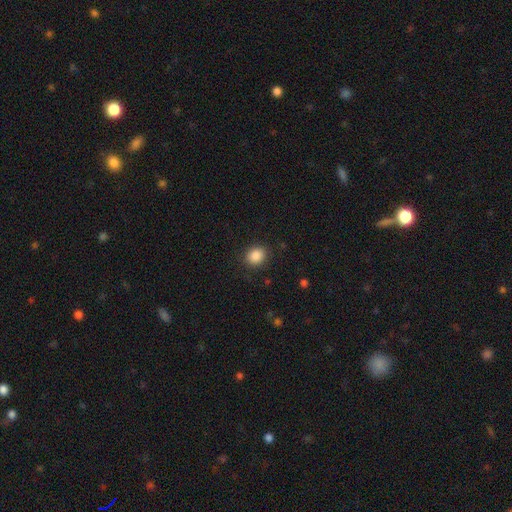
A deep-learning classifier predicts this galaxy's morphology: Smooth or featured? smooth (87%)
How rounded? round (73%)
Merging? none (88%)